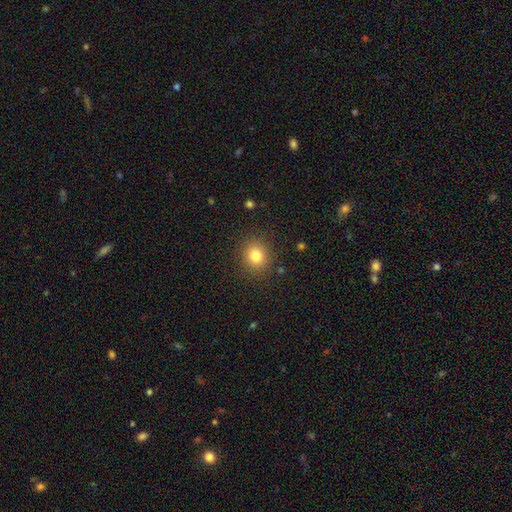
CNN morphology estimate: Smooth or featured? Predicted: smooth (p=0.80). How rounded? Predicted: round (p=0.83). Merging? Predicted: none (p=0.88).